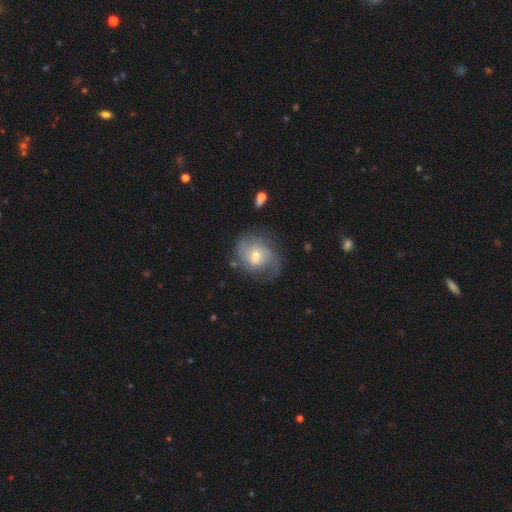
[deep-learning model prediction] smooth-or-featured: featured or disk: 61% | smooth: 32% | star or artifact: 7%
  disk-edge-on: no: 97% | yes: 3%
    bar: no: 48% | weak: 45% | strong: 7%
    has-spiral-arms: yes: 84% | no: 16%
    bulge-size: moderate: 60% | small: 25% | large: 10% | none: 4% | dominant: 1%
  merging: none: 57% | minor disturbance: 25% | major disturbance: 15% | merger: 3%